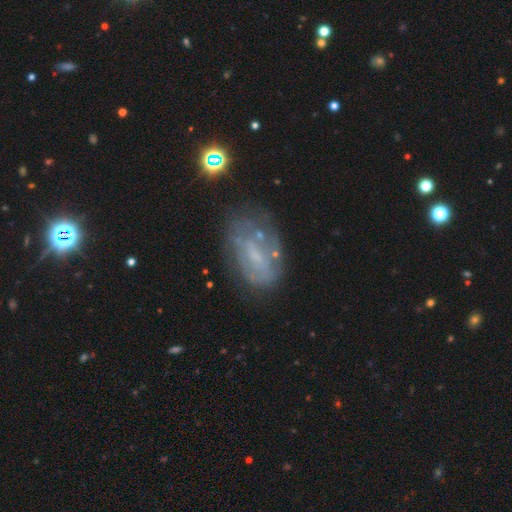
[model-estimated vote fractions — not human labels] This is possibly a featured or disk galaxy (55%). It is clearly not viewed edge-on (94%). Bar: possibly no (46%). Spiral arm pattern: possibly no (57%). Central bulge: marginally small (43%). Merging: possibly none (54%).